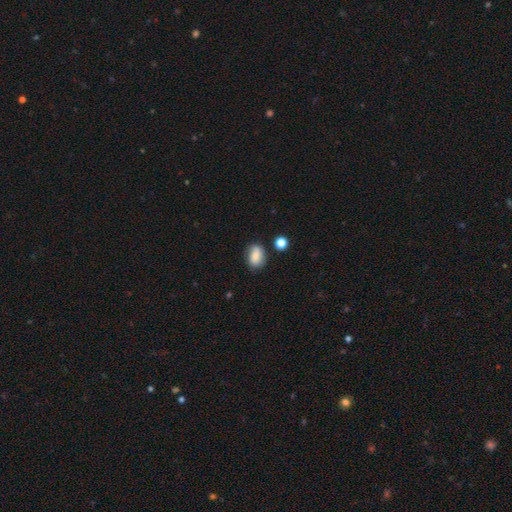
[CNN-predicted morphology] type=smooth (74%); roundness=in between (76%); merging=none (66%).